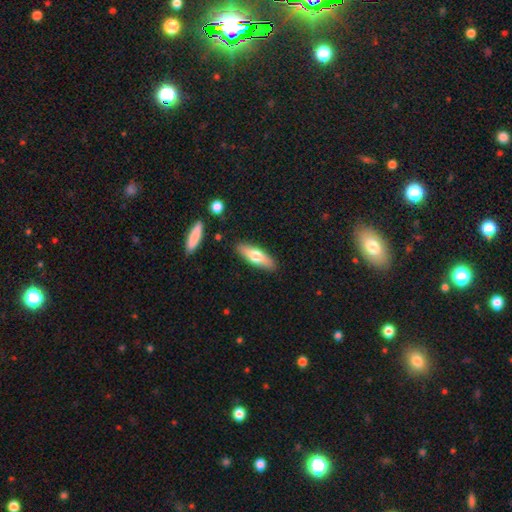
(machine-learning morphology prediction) This appears to be a smooth galaxy with no disk features (63%) that is cigar-shaped (53%). Merging: none (87%).